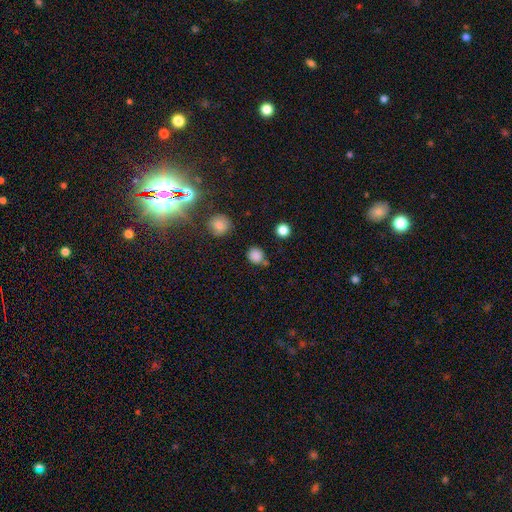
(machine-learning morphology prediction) A smooth galaxy with no disk features (83%) that is round (89%). Merging: none (76%).